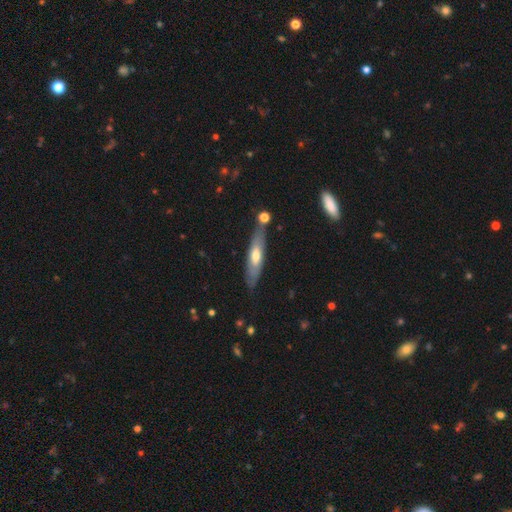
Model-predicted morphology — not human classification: A featured or disk galaxy (50%) viewed edge-on (53%). Merging: none (71%).